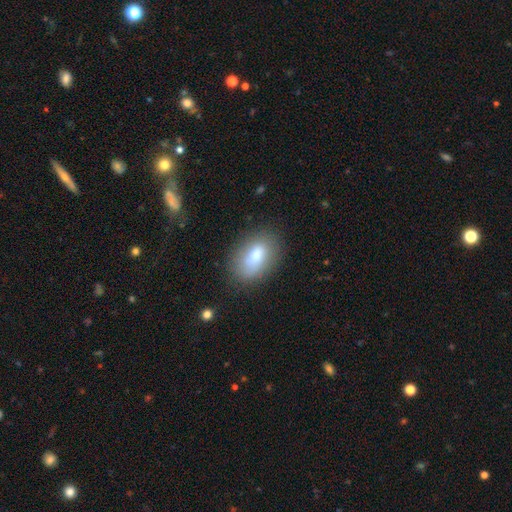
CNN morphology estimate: smooth-or-featured: smooth: 77% | featured or disk: 15% | star or artifact: 8%
  how-rounded: in between: 88% | round: 10% | cigar-shaped: 2%
  merging: none: 81% | minor disturbance: 14% | major disturbance: 4% | merger: 2%